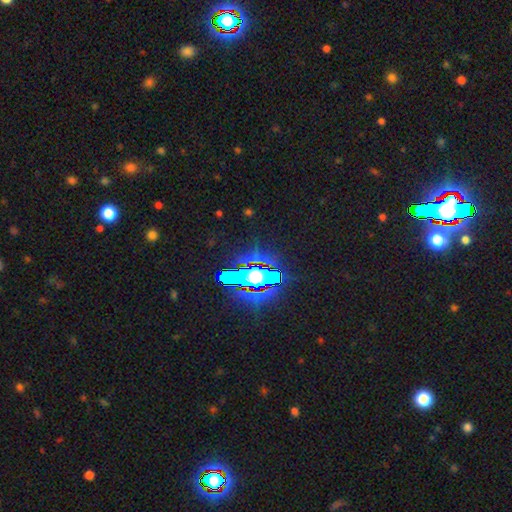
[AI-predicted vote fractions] Smooth or featured?
  - star or artifact: 83% *
  - smooth: 9%
  - featured or disk: 8%